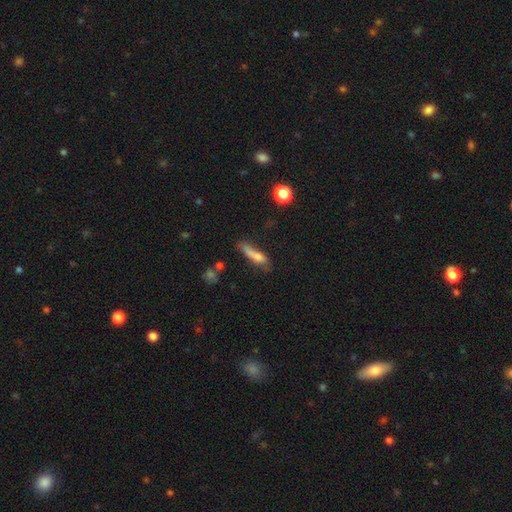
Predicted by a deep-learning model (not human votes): A smooth galaxy with no disk features (64%) that is cigar-shaped (73%).

Vote fractions:
- Smooth or featured? smooth: 64% / featured or disk: 26% / star or artifact: 10%
- How rounded? cigar-shaped: 73% / in between: 24% / round: 3%
- Merging? none: 39% / minor disturbance: 25% / major disturbance: 19% / merger: 18%